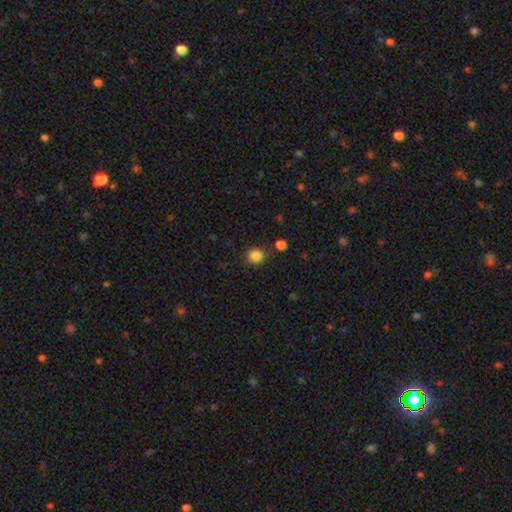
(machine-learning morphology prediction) The model was most divided on "how rounded": round: 81%, in between: 18%, cigar-shaped: 1%. More confident: smooth or featured — smooth (85%); merging — none (82%).